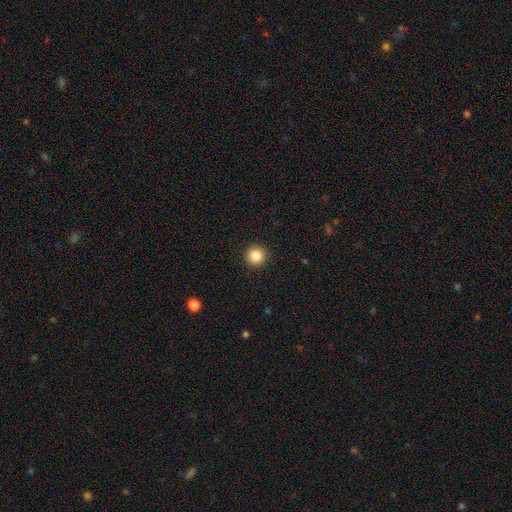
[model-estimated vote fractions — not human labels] Smooth or featured? smooth (85%)
How rounded? round (95%)
Merging? none (92%)